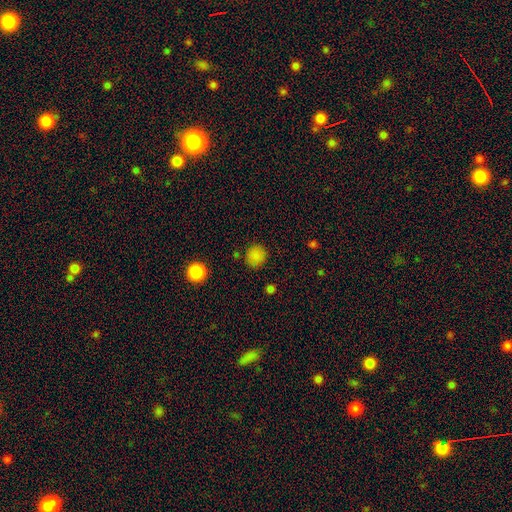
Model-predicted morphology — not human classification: The model was most divided on "smooth or featured": smooth: 84%, star or artifact: 13%, featured or disk: 3%. More confident: how rounded — round (89%); merging — none (87%).